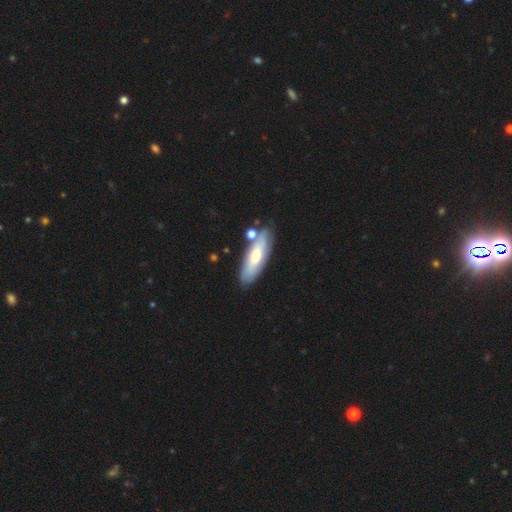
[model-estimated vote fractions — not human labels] Q: Smooth or featured?
A: smooth (52%); runner-up: featured or disk (43%)
Q: How rounded?
A: in between (53%); runner-up: cigar-shaped (45%)
Q: Merging?
A: none (71%); runner-up: minor disturbance (15%)